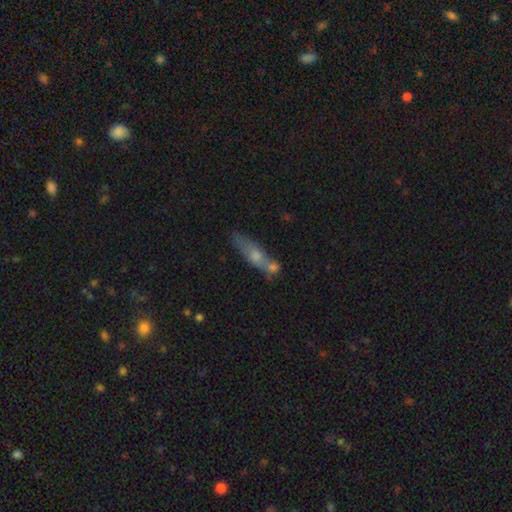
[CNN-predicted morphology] smooth 56%, featured or disk 35%, star or artifact 8%. Down the decision tree: how rounded — cigar-shaped (63%); merging — none (41%).